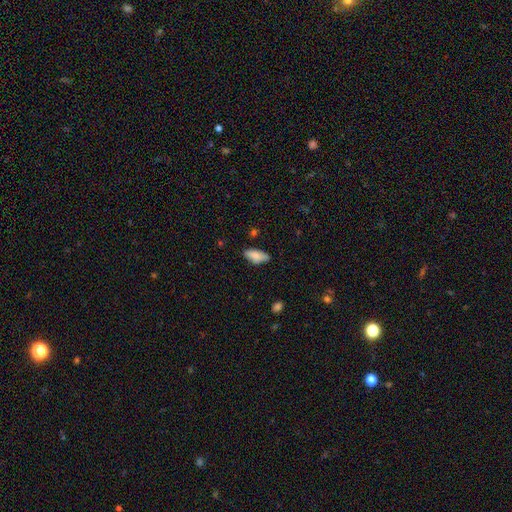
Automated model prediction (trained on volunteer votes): smooth-or-featured: smooth: 83% | featured or disk: 10% | star or artifact: 7%
  how-rounded: in between: 84% | cigar-shaped: 13% | round: 2%
  merging: none: 72% | minor disturbance: 22% | major disturbance: 4% | merger: 2%